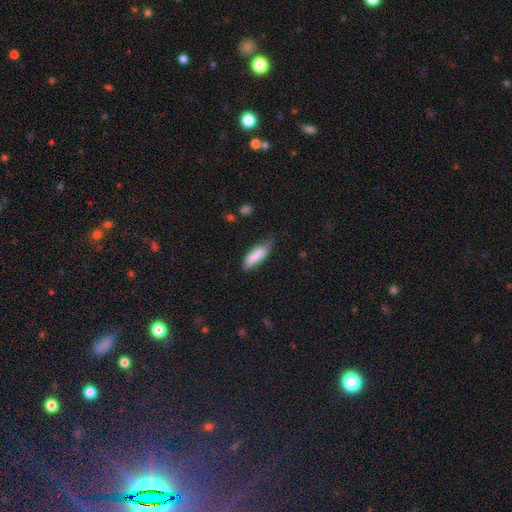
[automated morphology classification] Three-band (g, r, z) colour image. It shows a smooth galaxy with no disk features (84%) that is in between round and cigar-shaped (57%). Merging: none (53%).